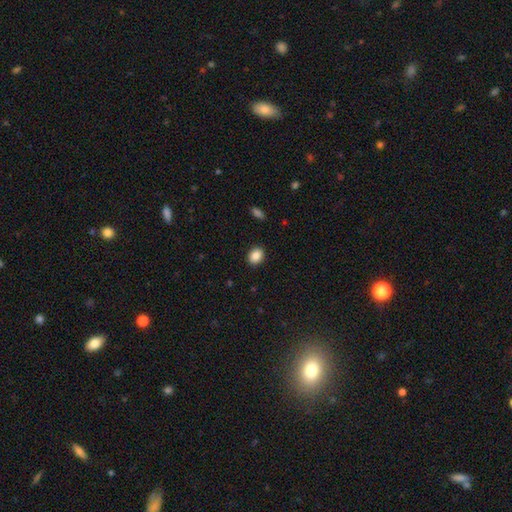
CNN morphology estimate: smooth 87%, star or artifact 9%, featured or disk 4%. Down the decision tree: how rounded — in between (51%); merging — none (90%).